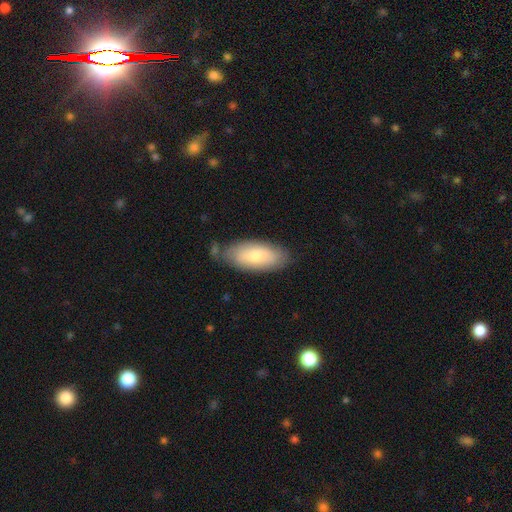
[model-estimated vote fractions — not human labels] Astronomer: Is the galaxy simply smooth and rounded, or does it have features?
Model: smooth — 72%.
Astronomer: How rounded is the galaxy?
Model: in between — 90%.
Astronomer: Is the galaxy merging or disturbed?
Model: none — 72%.